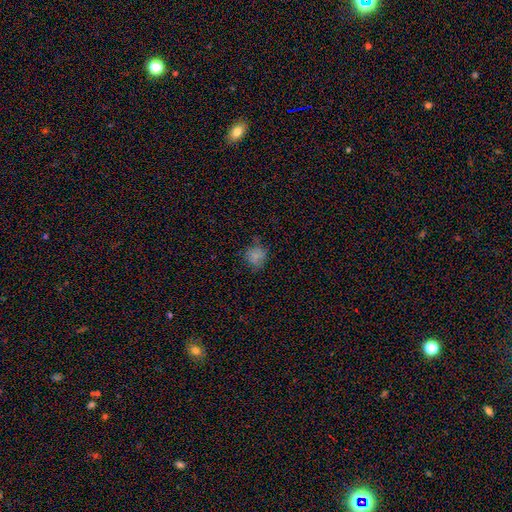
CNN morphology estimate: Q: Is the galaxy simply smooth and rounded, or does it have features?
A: smooth — 75%.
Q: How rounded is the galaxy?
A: round — 78%.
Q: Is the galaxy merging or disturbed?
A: none — 69%.